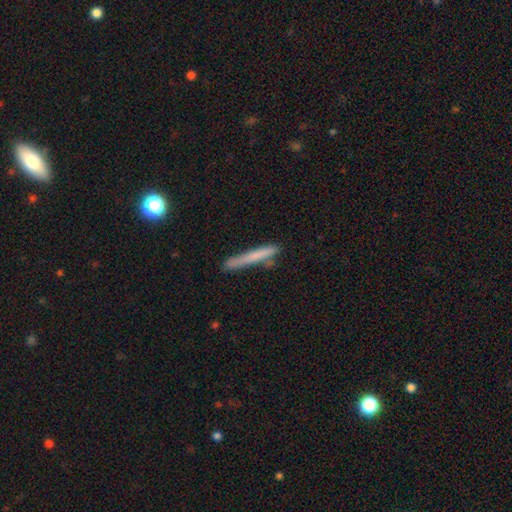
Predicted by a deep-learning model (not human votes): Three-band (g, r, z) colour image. It shows a smooth galaxy with no disk features (68%) that is cigar-shaped (96%). Merging: none (75%).